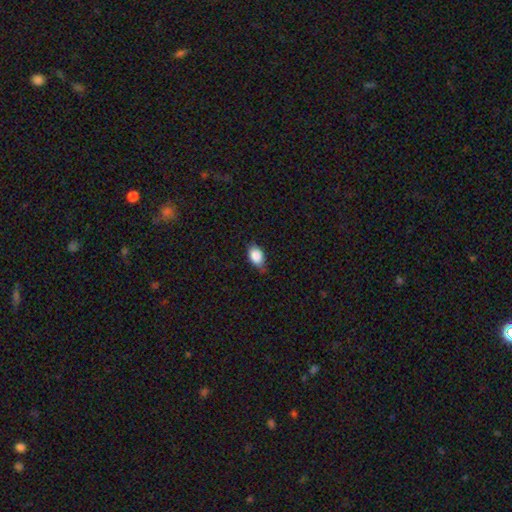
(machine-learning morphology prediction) Smooth or featured: smooth — 85% (star or artifact — 8%)
How rounded: in between — 83% (round — 15%)
Merging: none — 63% (minor disturbance — 31%)